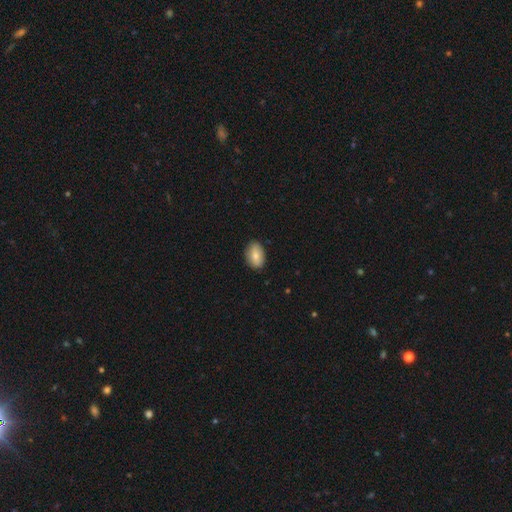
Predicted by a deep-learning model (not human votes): smooth-or-featured: smooth: 76% | featured or disk: 17% | star or artifact: 7%
  how-rounded: in between: 87% | round: 12% | cigar-shaped: 1%
  merging: none: 85% | minor disturbance: 11% | major disturbance: 2% | merger: 1%